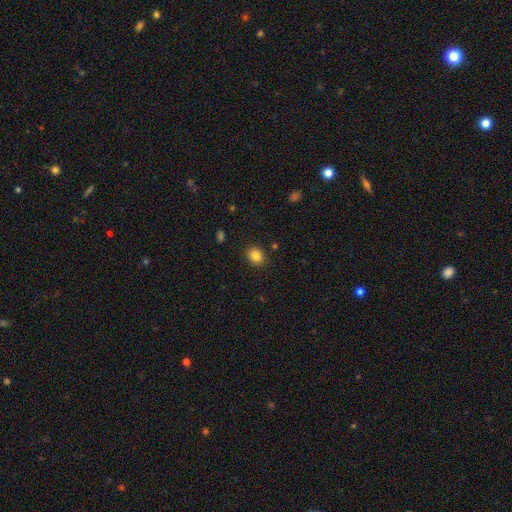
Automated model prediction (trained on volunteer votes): This is clearly a smooth galaxy (84%). How rounded: possibly round (54%). Merging: clearly none (89%).